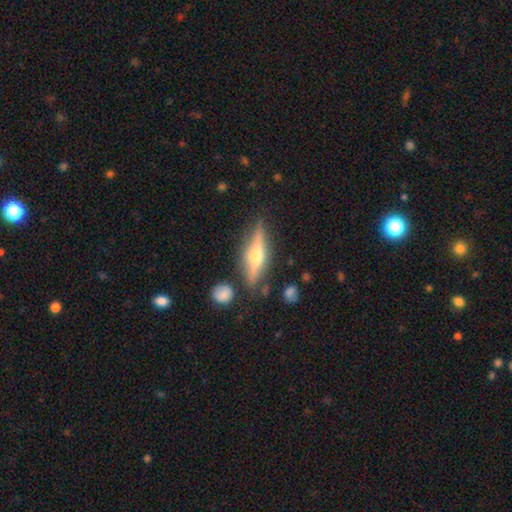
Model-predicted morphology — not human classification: A featured or disk galaxy (68%) viewed edge-on (95%) with a rounded central bulge (94%).

Vote fractions:
- Smooth or featured? featured or disk: 68% / smooth: 25% / star or artifact: 7%
- Edge-on disk? yes: 95% / no: 5%
- Edge-on bulge? rounded: 94% / boxy: 4% / none: 3%
- Merging? none: 82% / minor disturbance: 12% / merger: 3% / major disturbance: 3%